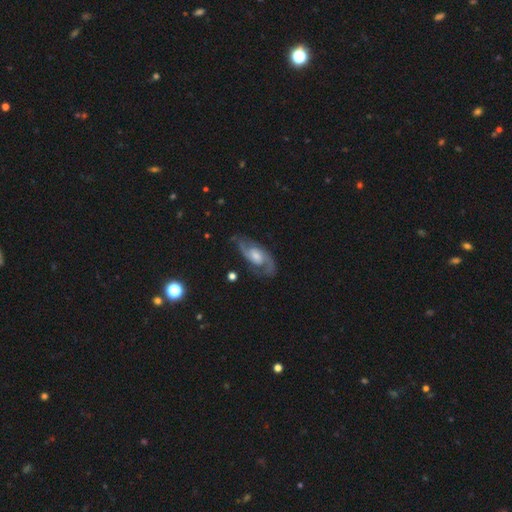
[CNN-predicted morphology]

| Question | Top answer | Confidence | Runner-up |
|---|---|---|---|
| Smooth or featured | featured or disk | 87% | smooth (7%) |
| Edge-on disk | no | 95% | yes (5%) |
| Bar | no | 51% | weak (40%) |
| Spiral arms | yes | 97% | no (3%) |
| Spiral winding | medium | 56% | tight (26%) |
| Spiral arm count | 2 | 90% | can't tell (4%) |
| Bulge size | moderate | 50% | small (33%) |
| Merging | none | 77% | minor disturbance (15%) |